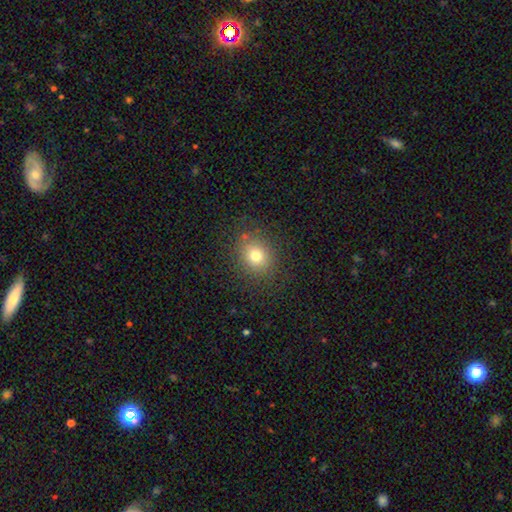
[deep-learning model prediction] smooth-or-featured: smooth: 75% | star or artifact: 15% | featured or disk: 10%
  how-rounded: round: 73% | in between: 26% | cigar-shaped: 1%
  merging: none: 84% | minor disturbance: 10% | major disturbance: 4% | merger: 1%